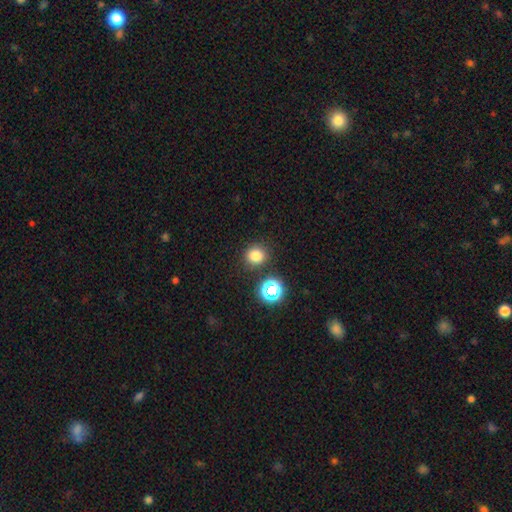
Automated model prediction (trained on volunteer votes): Q: Smooth or featured?
A: smooth (78%); runner-up: star or artifact (17%)
Q: How rounded?
A: round (86%); runner-up: in between (13%)
Q: Merging?
A: none (84%); runner-up: minor disturbance (8%)